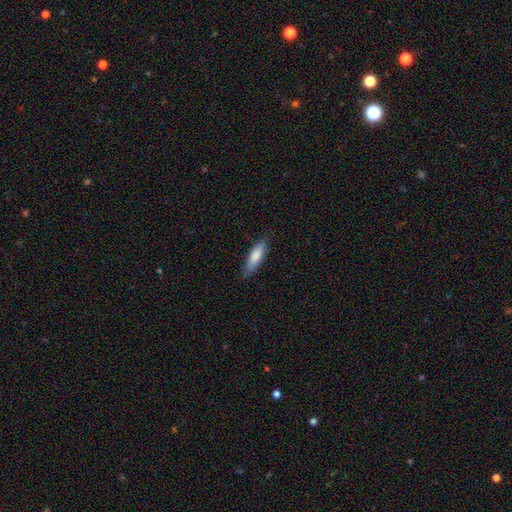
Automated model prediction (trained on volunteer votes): Q: Smooth or featured?
A: smooth (82%); runner-up: featured or disk (13%)
Q: How rounded?
A: cigar-shaped (54%); runner-up: in between (45%)
Q: Merging?
A: none (77%); runner-up: minor disturbance (18%)